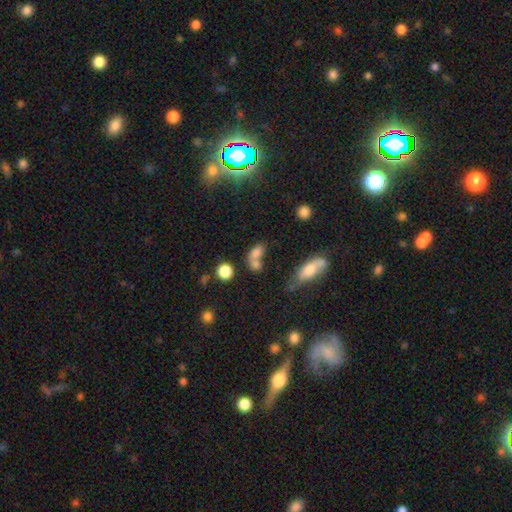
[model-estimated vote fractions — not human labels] Smooth or featured? smooth (72%)
How rounded? in between (67%)
Merging? merger (55%)